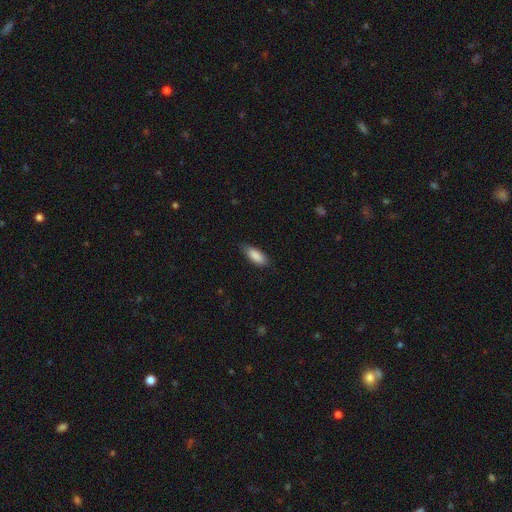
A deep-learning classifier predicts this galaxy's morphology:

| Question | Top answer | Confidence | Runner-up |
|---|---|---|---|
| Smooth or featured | smooth | 88% | featured or disk (6%) |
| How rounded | in between | 79% | cigar-shaped (20%) |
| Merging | none | 76% | minor disturbance (19%) |